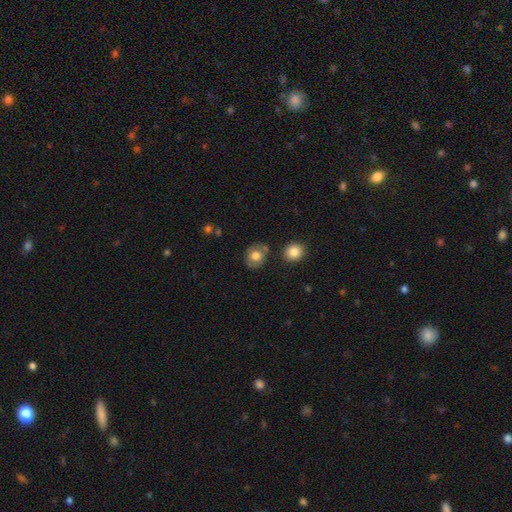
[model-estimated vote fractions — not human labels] smooth_or_featured: smooth (p=0.68) [alt: featured or disk p=0.24]
how_rounded: round (p=0.61) [alt: in between p=0.37]
merging: none (p=0.69) [alt: minor disturbance p=0.17]